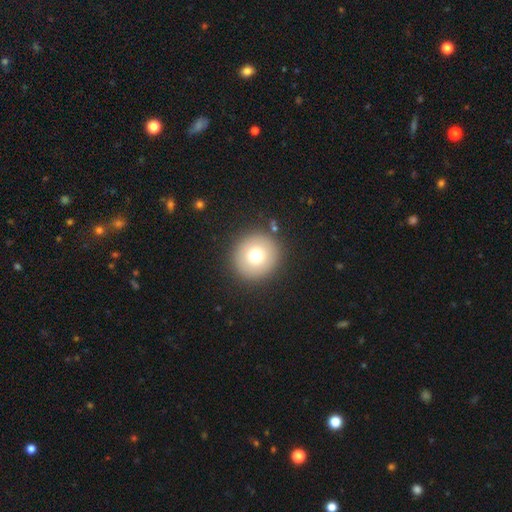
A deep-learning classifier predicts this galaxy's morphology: type=smooth (73%); roundness=round (94%); merging=none (90%).